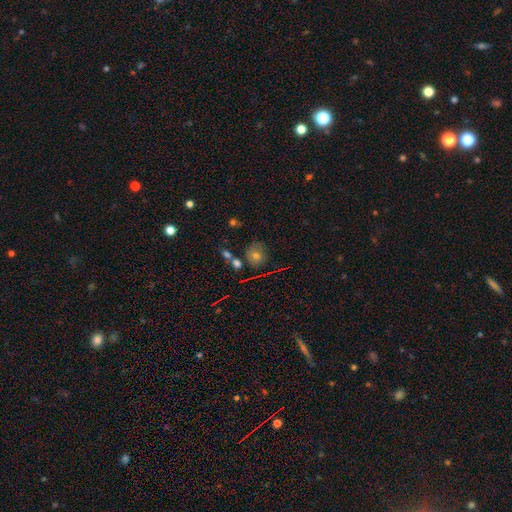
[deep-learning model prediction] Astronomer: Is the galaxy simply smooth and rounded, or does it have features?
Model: smooth — 66%.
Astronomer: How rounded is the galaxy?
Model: round — 79%.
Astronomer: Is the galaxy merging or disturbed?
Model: none — 64%.